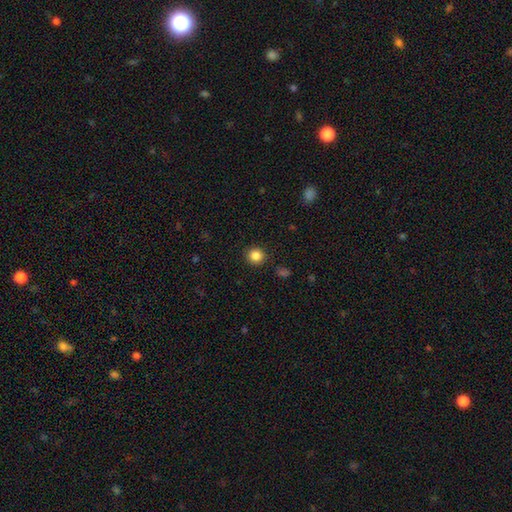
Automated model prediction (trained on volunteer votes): Smooth or featured?
  - smooth: 85% *
  - star or artifact: 11%
  - featured or disk: 4%
How rounded?
  - round: 92% *
  - in between: 7%
  - cigar-shaped: 1%
Merging?
  - none: 91% *
  - minor disturbance: 6%
  - major disturbance: 2%
  - merger: 1%